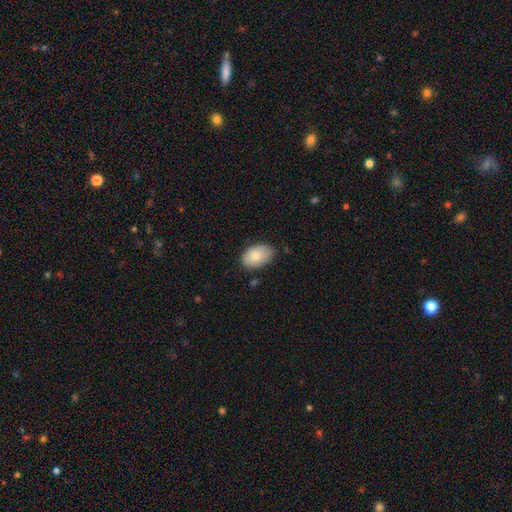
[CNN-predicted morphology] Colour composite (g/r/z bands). It shows a smooth galaxy with no disk features (81%) that is in between round and cigar-shaped (91%). Merging: none (76%).